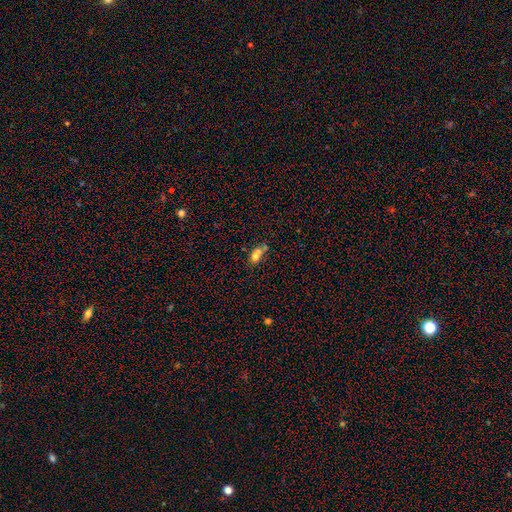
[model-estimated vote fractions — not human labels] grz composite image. It shows a smooth galaxy with no disk features (69%) that is in between round and cigar-shaped (61%). Merging: merger (46%).